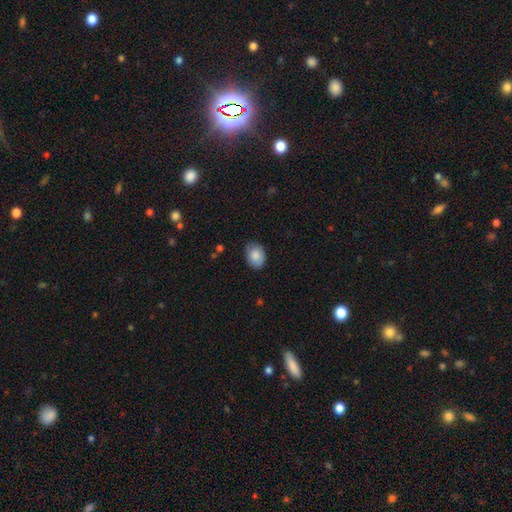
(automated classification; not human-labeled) Overall: smooth (86%). How rounded: in between (68%; round 31%). Merging: none (79%).